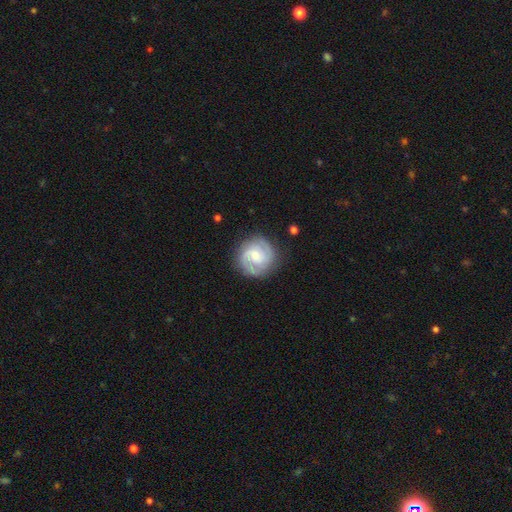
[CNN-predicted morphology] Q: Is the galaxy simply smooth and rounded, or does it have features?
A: featured or disk — 78%.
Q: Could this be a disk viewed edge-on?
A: no — 98%.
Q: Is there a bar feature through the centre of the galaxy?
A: weak — 47%.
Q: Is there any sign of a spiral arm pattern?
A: yes — 95%.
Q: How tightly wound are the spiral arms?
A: tight — 45%.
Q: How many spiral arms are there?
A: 2 — 71%.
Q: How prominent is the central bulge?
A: moderate — 46%.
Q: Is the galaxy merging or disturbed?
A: none — 82%.